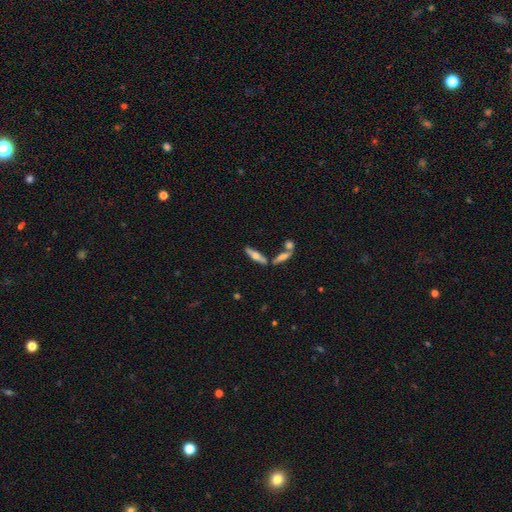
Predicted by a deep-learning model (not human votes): Q: Smooth or featured?
A: featured or disk (53%); runner-up: smooth (40%)
Q: Edge-on disk?
A: yes (89%); runner-up: no (11%)
Q: Merging?
A: none (67%); runner-up: merger (17%)